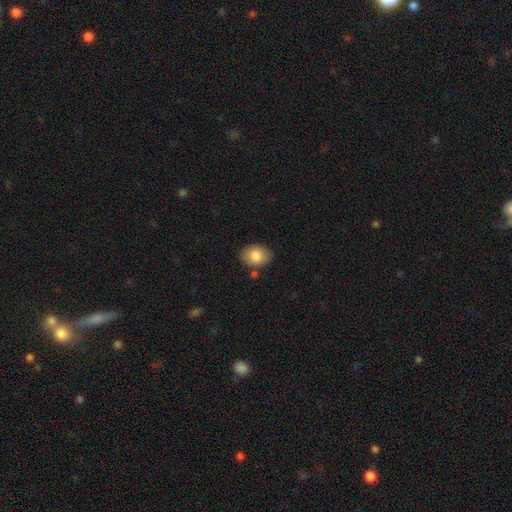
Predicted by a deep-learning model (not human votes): smooth_or_featured: smooth (p=0.83) [alt: featured or disk p=0.10]
how_rounded: in between (p=0.74) [alt: round p=0.25]
merging: none (p=0.79) [alt: minor disturbance p=0.13]